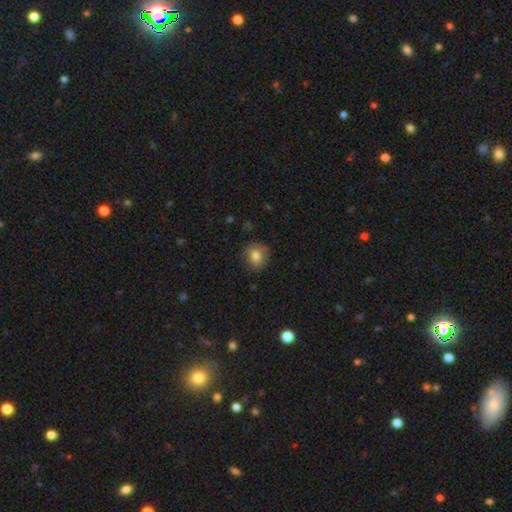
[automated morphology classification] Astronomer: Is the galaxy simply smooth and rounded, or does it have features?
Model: smooth — 81%.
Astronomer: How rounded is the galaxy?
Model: round — 82%.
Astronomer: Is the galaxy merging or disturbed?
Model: none — 83%.